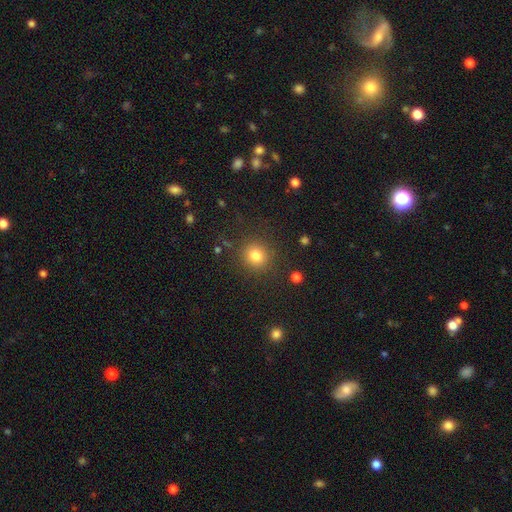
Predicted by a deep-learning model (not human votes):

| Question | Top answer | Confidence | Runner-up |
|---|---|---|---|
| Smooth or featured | smooth | 80% | star or artifact (13%) |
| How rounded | round | 91% | in between (8%) |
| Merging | none | 88% | minor disturbance (7%) |